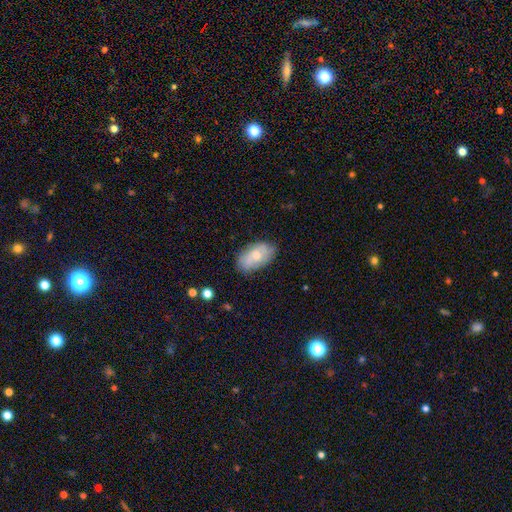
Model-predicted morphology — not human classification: Smooth or featured? Predicted: smooth (p=0.56). How rounded? Predicted: in between (p=0.92). Merging? Predicted: none (p=0.75).